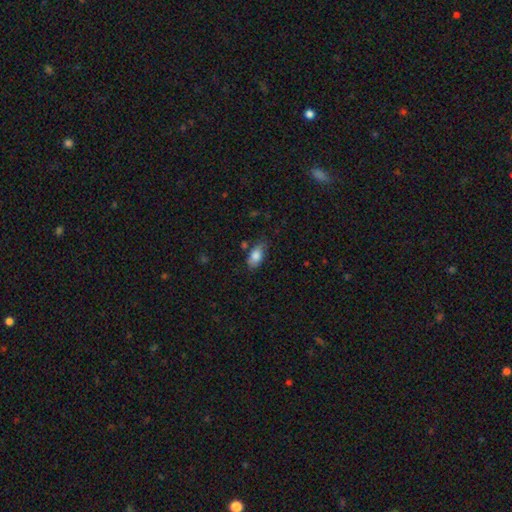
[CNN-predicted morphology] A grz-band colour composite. It shows a smooth galaxy with no disk features (81%) that is in between round and cigar-shaped (89%). Merging: none (65%).